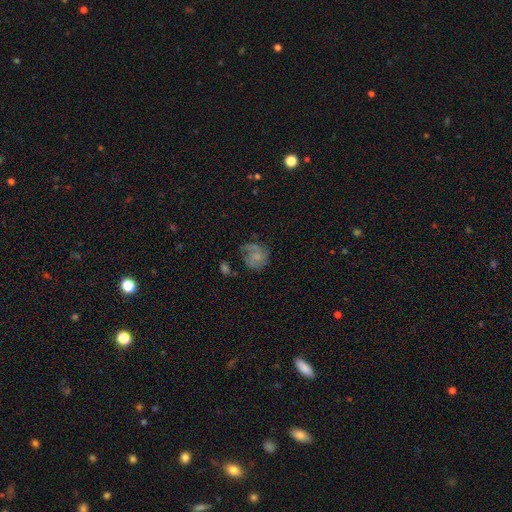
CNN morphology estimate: Smooth or featured: featured or disk — 47% (smooth — 43%)
Merging: none — 47% (minor disturbance — 26%)